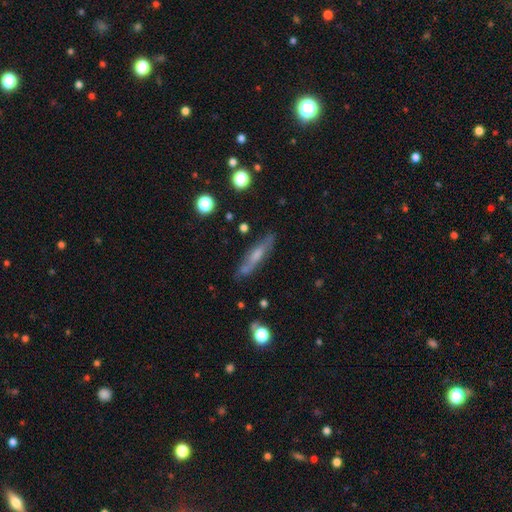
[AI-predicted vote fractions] This is possibly a featured or disk galaxy (52%). It is likely viewed edge-on (76%). Merging: likely none (78%).